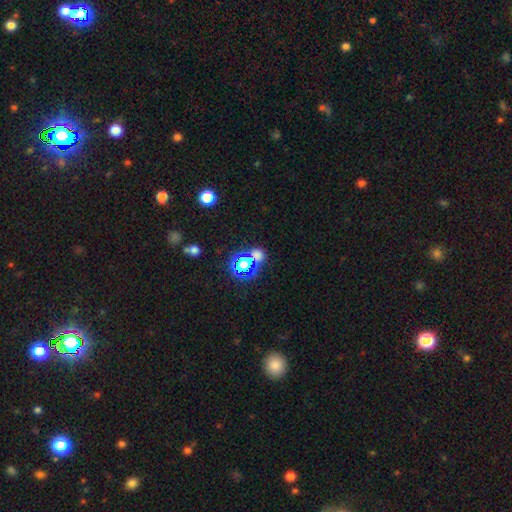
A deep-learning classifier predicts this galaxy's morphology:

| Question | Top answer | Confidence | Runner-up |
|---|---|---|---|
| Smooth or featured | smooth | 47% | star or artifact (45%) |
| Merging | none | 59% | merger (25%) |